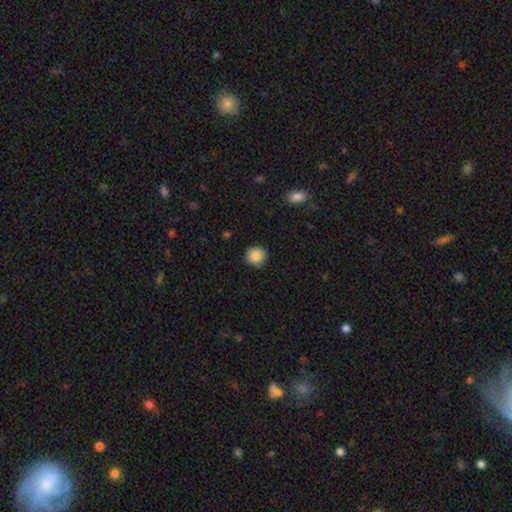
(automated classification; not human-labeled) A smooth galaxy with no disk features (87%) that is round (92%).

Vote fractions:
- Smooth or featured? smooth: 87% / star or artifact: 9% / featured or disk: 4%
- How rounded? round: 92% / in between: 7% / cigar-shaped: 1%
- Merging? none: 89% / minor disturbance: 8% / major disturbance: 2% / merger: 1%